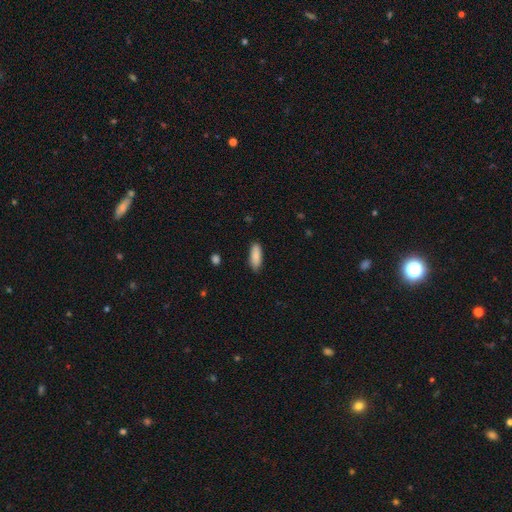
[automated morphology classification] smooth_or_featured: smooth (p=0.87) [alt: featured or disk p=0.07]
how_rounded: in between (p=0.70) [alt: cigar-shaped p=0.28]
merging: none (p=0.84) [alt: minor disturbance p=0.13]